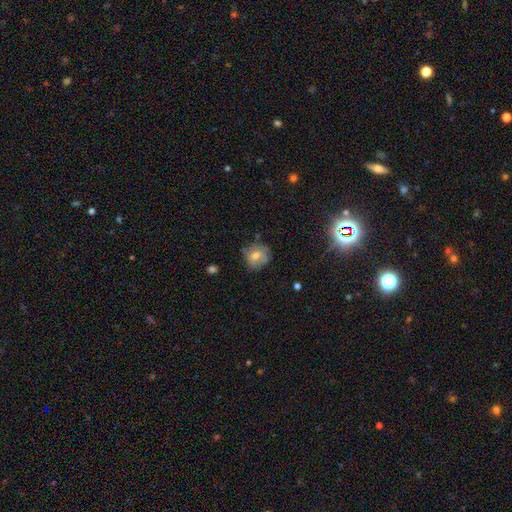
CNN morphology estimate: This appears to be a smooth galaxy with no disk features (54%) that is round (73%). Merging: none (65%).